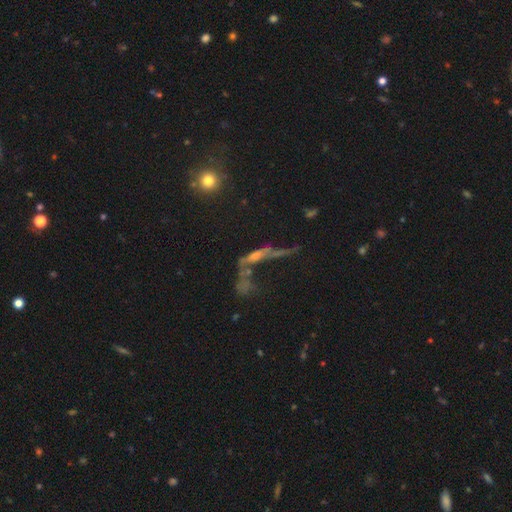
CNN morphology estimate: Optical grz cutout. It shows a featured or disk galaxy (51%). Merging: major disturbance (36%).